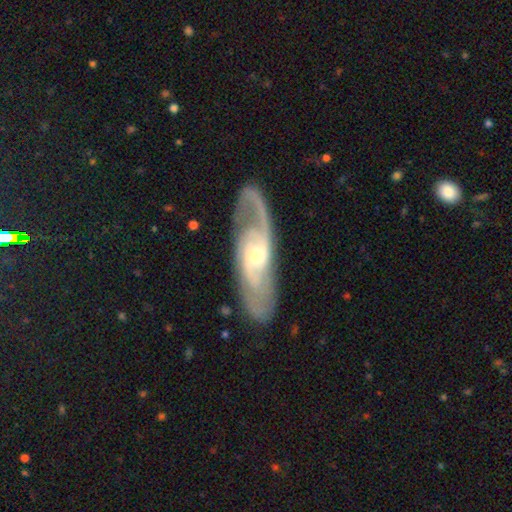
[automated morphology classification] smooth-or-featured: featured or disk: 87% | smooth: 8% | star or artifact: 5%
  disk-edge-on: no: 88% | yes: 12%
    bar: weak: 49% | no: 36% | strong: 15%
    has-spiral-arms: yes: 96% | no: 4%
      spiral-winding: medium: 51% | loose: 24% | tight: 24%
      spiral-arm-count: 2: 80% | can't tell: 9% | 3: 4% | 1: 3% | 4: 2% | more than 4: 2%
    bulge-size: small: 46% | moderate: 45% | large: 5% | none: 3% | dominant: 1%
  merging: none: 80% | minor disturbance: 14% | major disturbance: 5% | merger: 2%